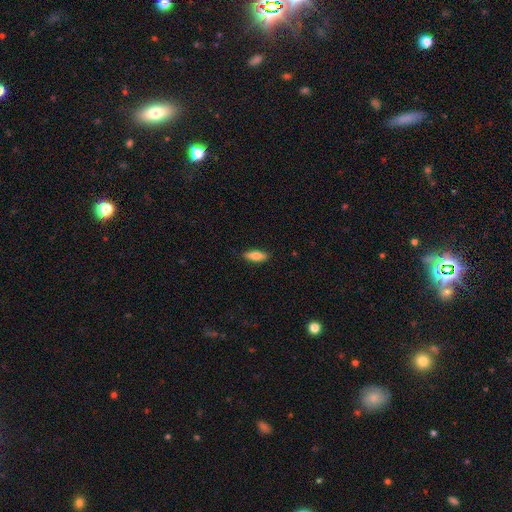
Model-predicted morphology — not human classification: smooth_or_featured: smooth (p=0.78) [alt: featured or disk p=0.16]
how_rounded: in between (p=0.59) [alt: cigar-shaped p=0.38]
merging: none (p=0.87) [alt: minor disturbance p=0.10]